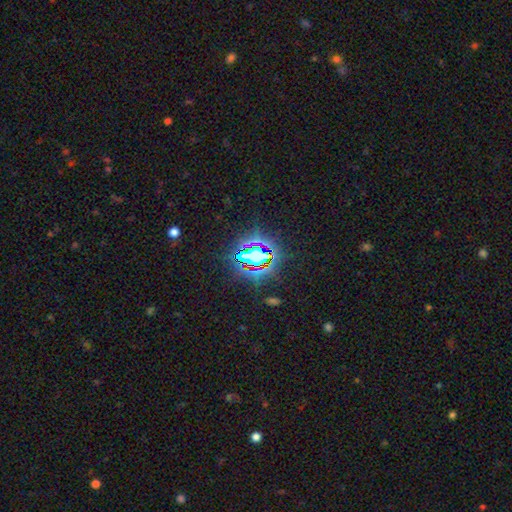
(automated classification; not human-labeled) This is likely a star or artifact rather than a galaxy (75%).